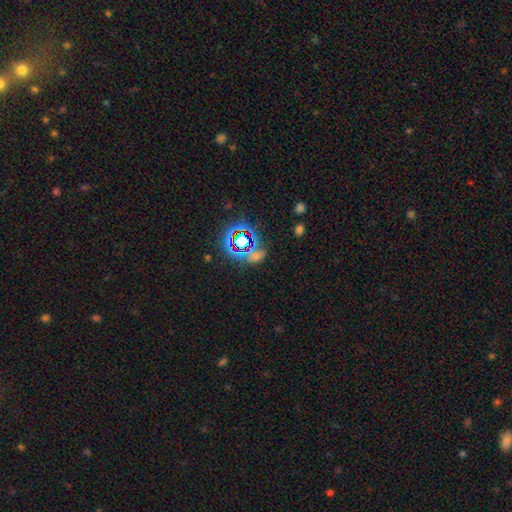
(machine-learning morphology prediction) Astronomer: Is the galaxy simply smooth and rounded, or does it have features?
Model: star or artifact — 54% (runner-up: smooth, 35%).